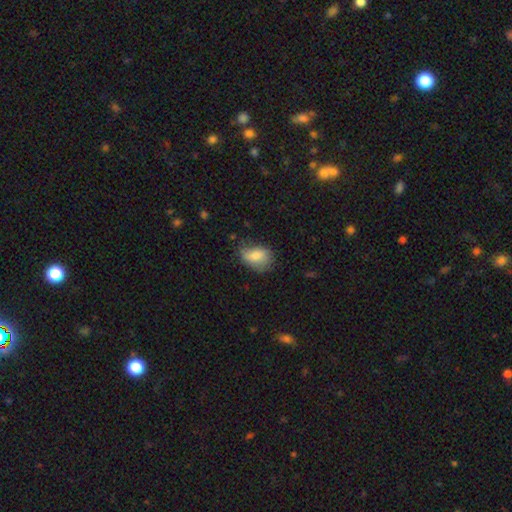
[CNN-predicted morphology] Smooth or featured: smooth — 75% (featured or disk — 17%)
How rounded: in between — 79% (round — 20%)
Merging: none — 57% (minor disturbance — 32%)